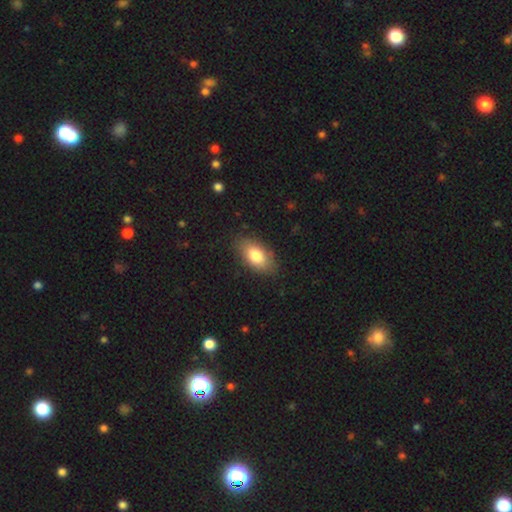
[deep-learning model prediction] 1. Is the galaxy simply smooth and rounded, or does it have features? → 80% smooth, 13% featured or disk, 7% star or artifact.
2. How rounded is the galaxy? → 91% in between, 5% round, 4% cigar-shaped.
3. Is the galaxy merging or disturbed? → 83% none, 12% minor disturbance, 3% major disturbance, 1% merger.